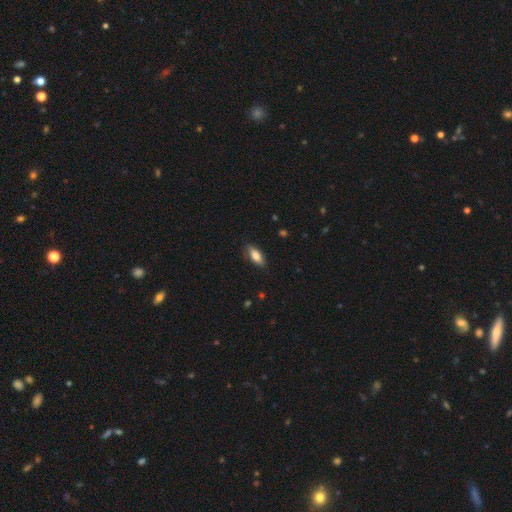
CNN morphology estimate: The model was most divided on "how rounded": in between: 78%, cigar-shaped: 19%, round: 3%. More confident: merging — none (81%); smooth or featured — smooth (77%).